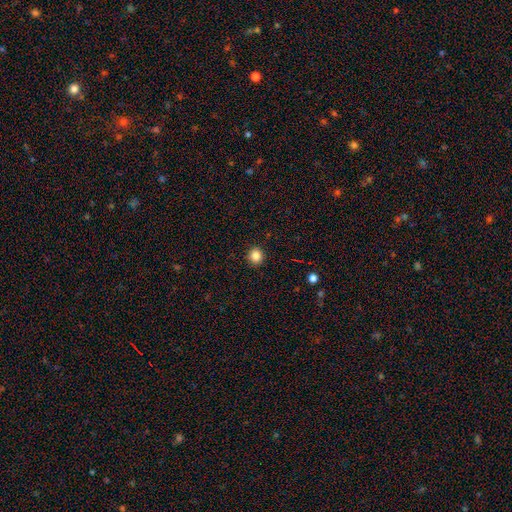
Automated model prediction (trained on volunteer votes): A smooth galaxy with no disk features (85%) that is round (90%). Merging: none (92%).